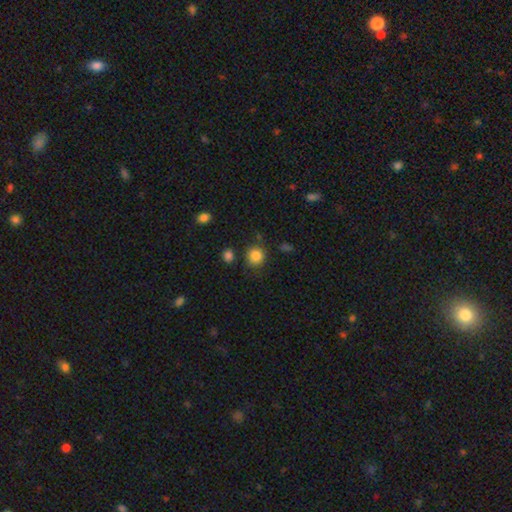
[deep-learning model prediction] Morphology: type=smooth (84%); roundness=round (88%); merging=none (80%).